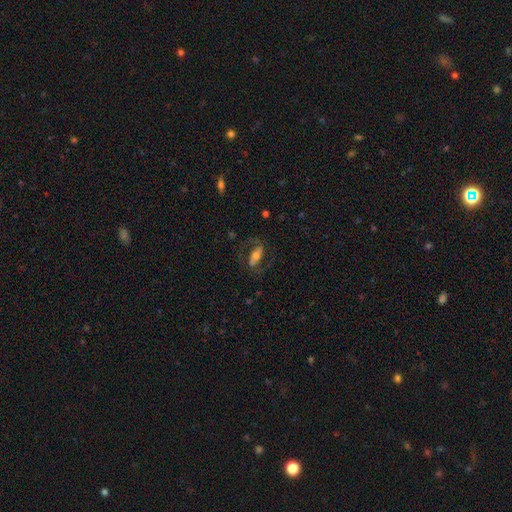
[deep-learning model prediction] smooth-or-featured: featured or disk: 54% | smooth: 38% | star or artifact: 8%
  disk-edge-on: no: 88% | yes: 12%
  merging: none: 62% | major disturbance: 19% | minor disturbance: 16% | merger: 2%